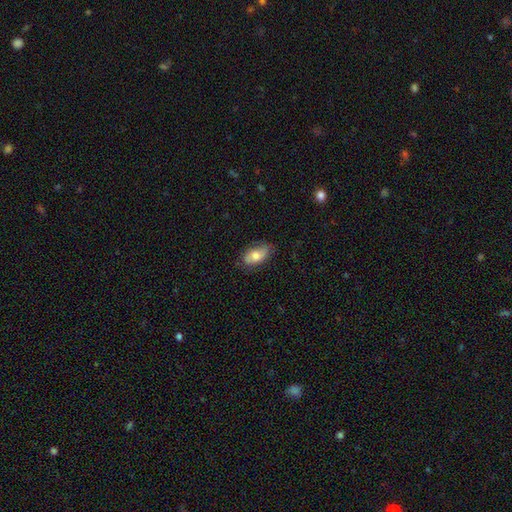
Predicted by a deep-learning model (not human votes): Smooth or featured? smooth (65%)
How rounded? in between (91%)
Merging? none (71%)